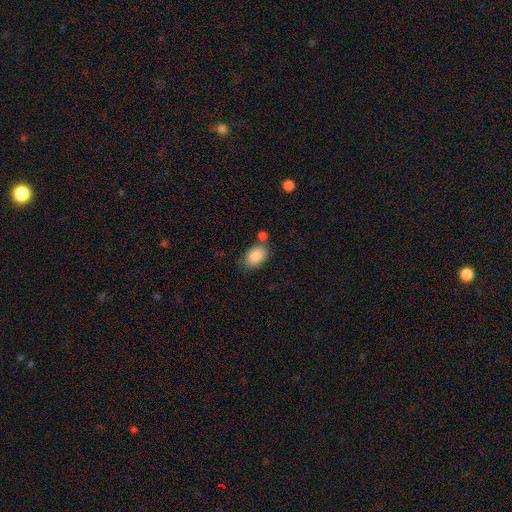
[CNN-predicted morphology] Smooth or featured: smooth — 87% (star or artifact — 7%)
How rounded: in between — 88% (round — 11%)
Merging: none — 67% (minor disturbance — 16%)